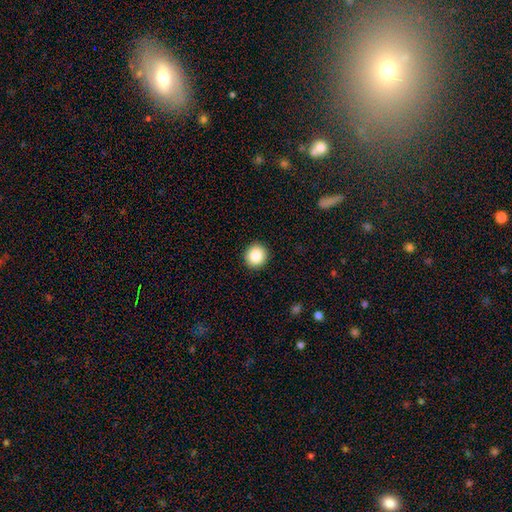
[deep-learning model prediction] Overall: smooth (86%). How rounded: round (91%). Merging: none (92%).